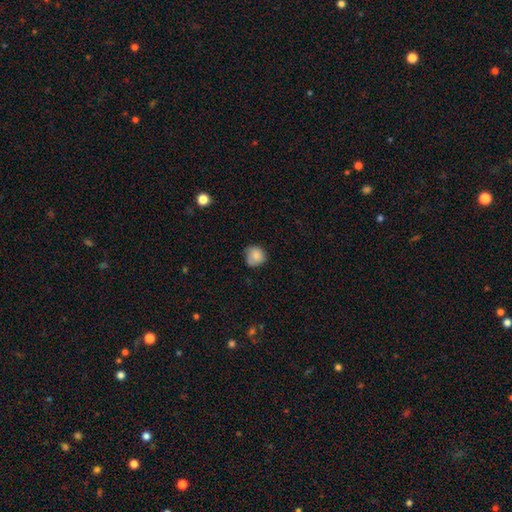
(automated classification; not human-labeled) smooth-or-featured: smooth: 84% | star or artifact: 9% | featured or disk: 7%
  how-rounded: round: 85% | in between: 14% | cigar-shaped: 1%
  merging: none: 68% | minor disturbance: 26% | major disturbance: 5% | merger: 1%